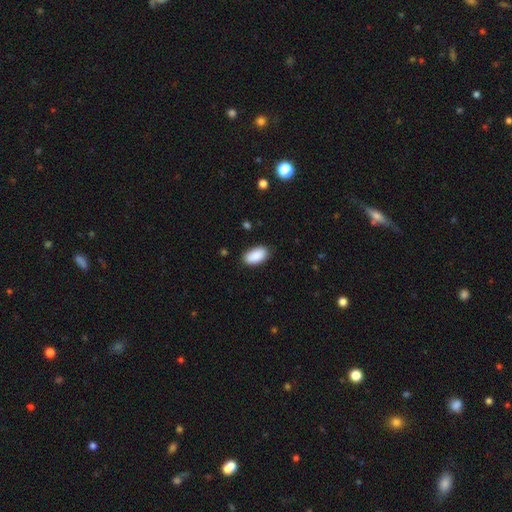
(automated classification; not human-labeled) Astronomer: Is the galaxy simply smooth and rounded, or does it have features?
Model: smooth — 91%.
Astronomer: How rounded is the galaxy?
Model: in between — 95%.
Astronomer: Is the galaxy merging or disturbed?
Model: none — 86%.